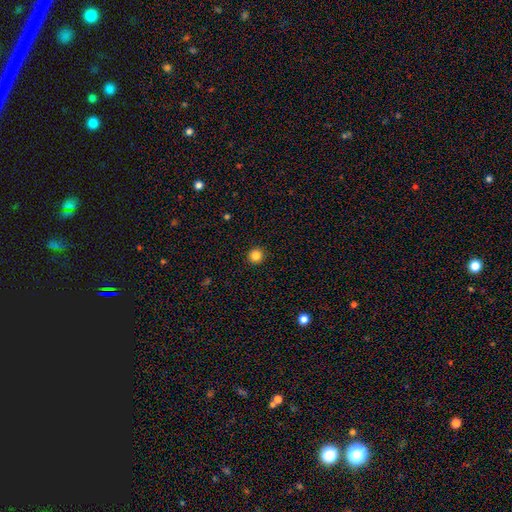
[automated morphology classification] Smooth or featured?
  - smooth: 84% *
  - star or artifact: 12%
  - featured or disk: 4%
How rounded?
  - round: 95% *
  - in between: 4%
  - cigar-shaped: 1%
Merging?
  - none: 93% *
  - minor disturbance: 5%
  - major disturbance: 2%
  - merger: 1%